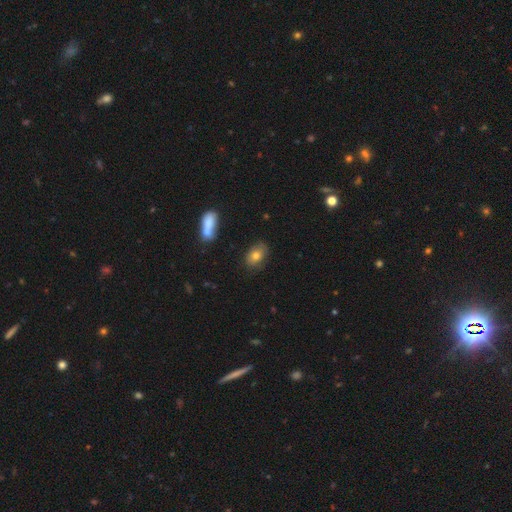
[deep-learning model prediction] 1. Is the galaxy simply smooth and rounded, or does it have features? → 76% smooth, 15% featured or disk, 9% star or artifact.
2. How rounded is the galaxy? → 81% in between, 16% round, 2% cigar-shaped.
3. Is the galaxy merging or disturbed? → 76% none, 17% minor disturbance, 4% major disturbance, 3% merger.